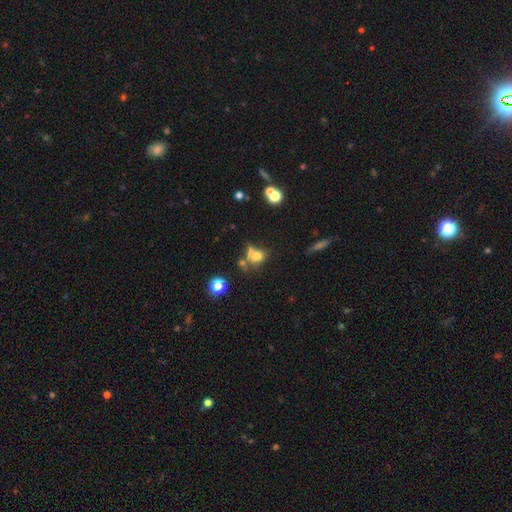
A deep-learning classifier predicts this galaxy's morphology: type=smooth (68%); roundness=in between (49%, tied with round); merging=merger (33%).